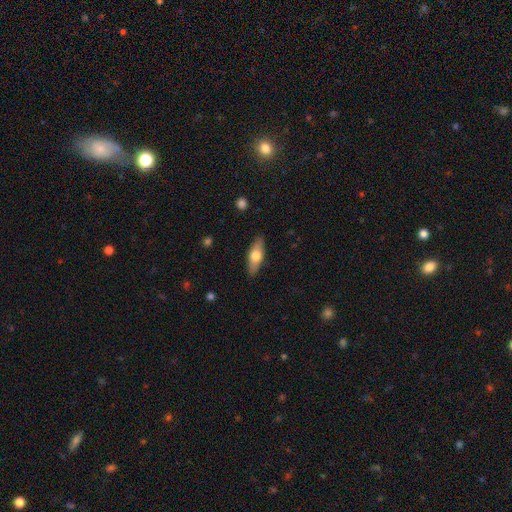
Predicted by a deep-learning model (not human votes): A smooth galaxy with no disk features (63%) that is in between round and cigar-shaped (64%). Merging: none (88%).